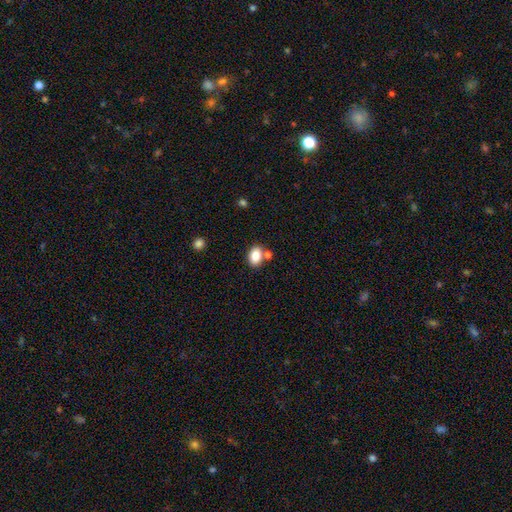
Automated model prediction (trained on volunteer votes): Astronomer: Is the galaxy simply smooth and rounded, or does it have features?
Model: smooth — 84%.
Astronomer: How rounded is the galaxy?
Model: in between — 79%.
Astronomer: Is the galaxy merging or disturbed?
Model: none — 67%.